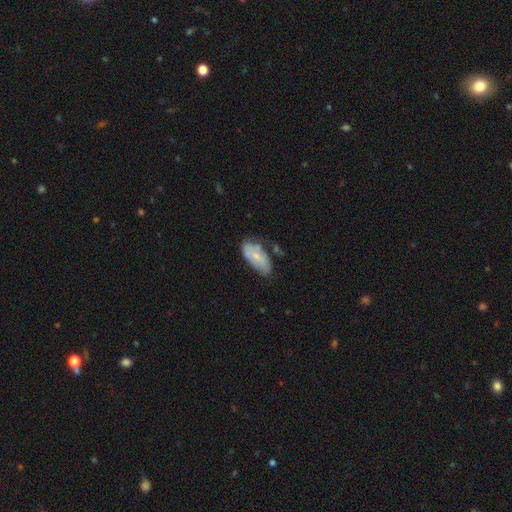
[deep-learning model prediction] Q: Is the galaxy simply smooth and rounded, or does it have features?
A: smooth — 58%.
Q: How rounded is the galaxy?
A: in between — 91%.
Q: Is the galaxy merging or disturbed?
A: none — 54%.